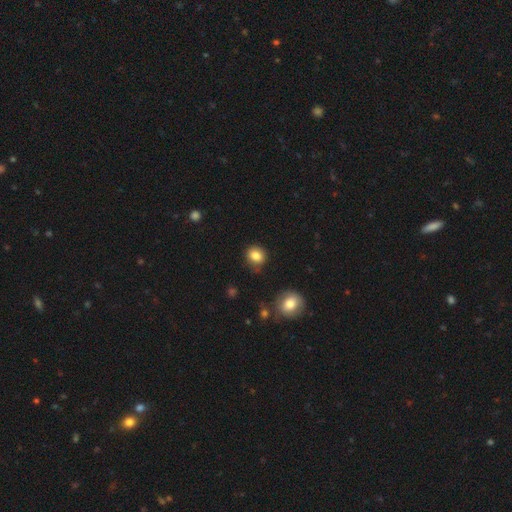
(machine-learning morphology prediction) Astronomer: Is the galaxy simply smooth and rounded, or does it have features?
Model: smooth — 85%.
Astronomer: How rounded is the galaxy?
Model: round — 72%.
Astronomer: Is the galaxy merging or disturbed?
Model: none — 83%.